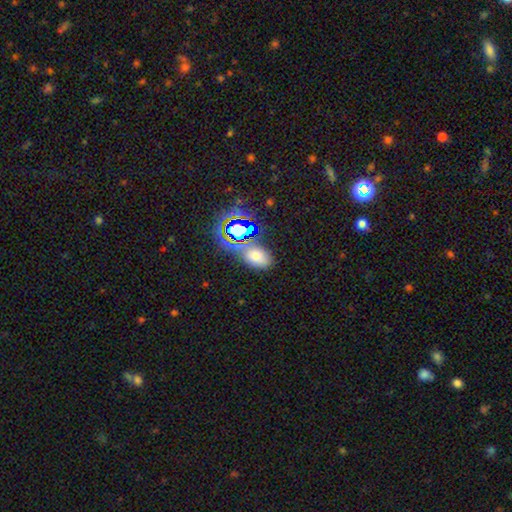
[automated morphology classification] smooth-or-featured: smooth: 60% | star or artifact: 30% | featured or disk: 10%
  how-rounded: in between: 85% | round: 13% | cigar-shaped: 2%
  merging: none: 71% | minor disturbance: 14% | merger: 9% | major disturbance: 6%